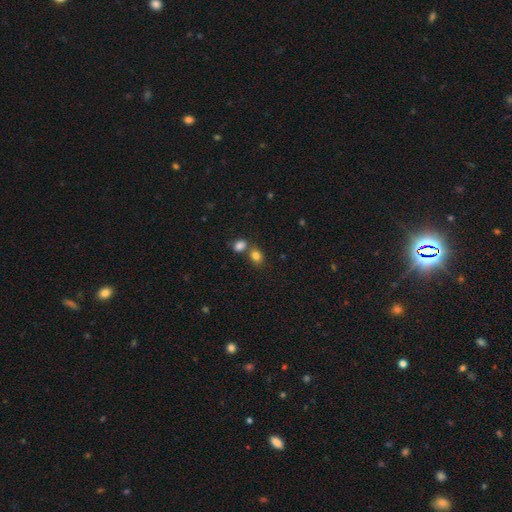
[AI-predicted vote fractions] The model was most divided on "how rounded": in between: 54%, round: 45%, cigar-shaped: 1%. More confident: smooth or featured — smooth (82%); merging — none (52%).